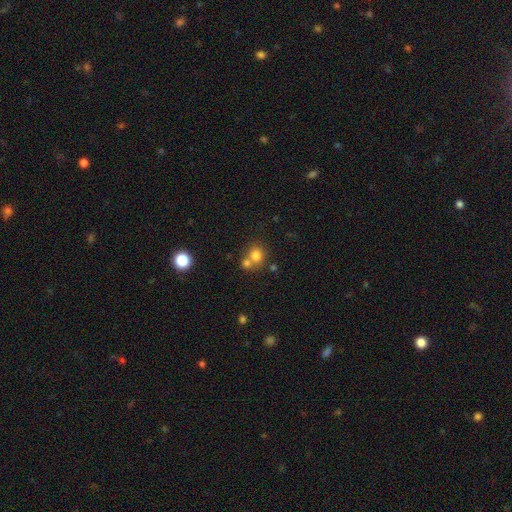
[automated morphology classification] Overall: smooth (77%). How rounded: round (82%). Merging: none (48%; merger 42%).